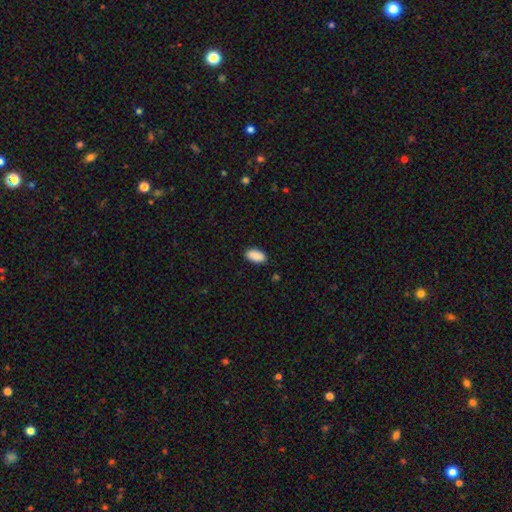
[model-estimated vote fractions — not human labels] Q: Smooth or featured?
A: smooth (90%); runner-up: star or artifact (7%)
Q: How rounded?
A: in between (94%); runner-up: round (3%)
Q: Merging?
A: none (87%); runner-up: minor disturbance (9%)